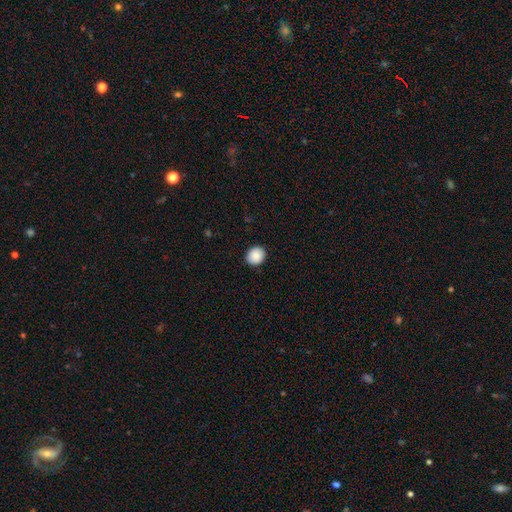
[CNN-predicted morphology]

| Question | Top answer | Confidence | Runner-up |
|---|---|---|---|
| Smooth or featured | smooth | 89% | star or artifact (8%) |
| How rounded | round | 78% | in between (21%) |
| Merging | none | 91% | minor disturbance (7%) |